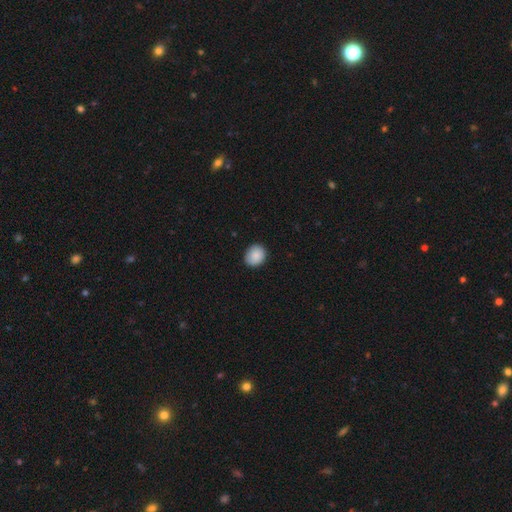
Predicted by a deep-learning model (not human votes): smooth-or-featured: smooth: 88% | star or artifact: 7% | featured or disk: 4%
  how-rounded: round: 69% | in between: 30% | cigar-shaped: 1%
  merging: none: 87% | minor disturbance: 10% | major disturbance: 2% | merger: 1%